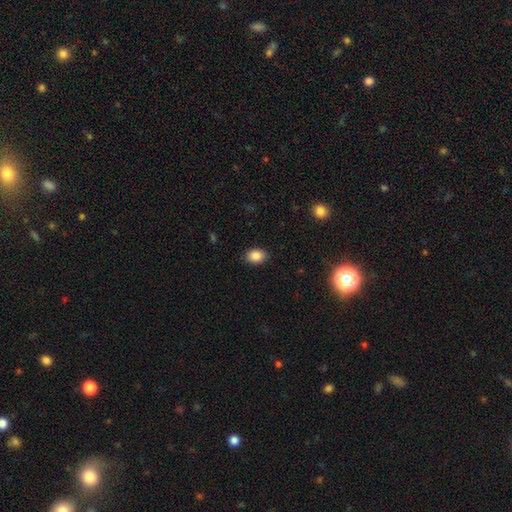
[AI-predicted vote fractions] smooth-or-featured: smooth: 87% | star or artifact: 8% | featured or disk: 4%
  how-rounded: in between: 78% | round: 21% | cigar-shaped: 1%
  merging: none: 88% | minor disturbance: 9% | major disturbance: 2% | merger: 1%